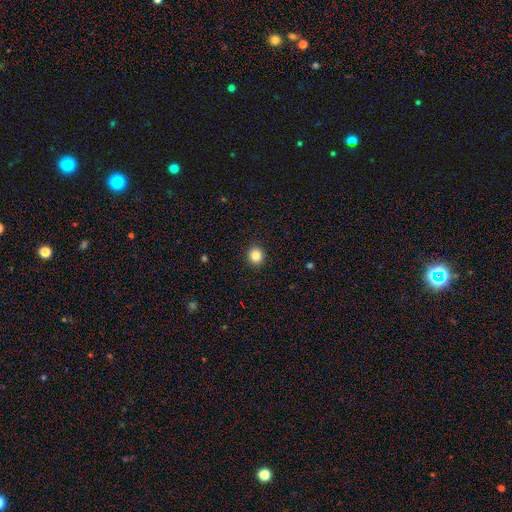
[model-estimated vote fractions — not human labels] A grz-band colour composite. It shows a smooth galaxy with no disk features (84%) that is round (89%). Merging: none (93%).